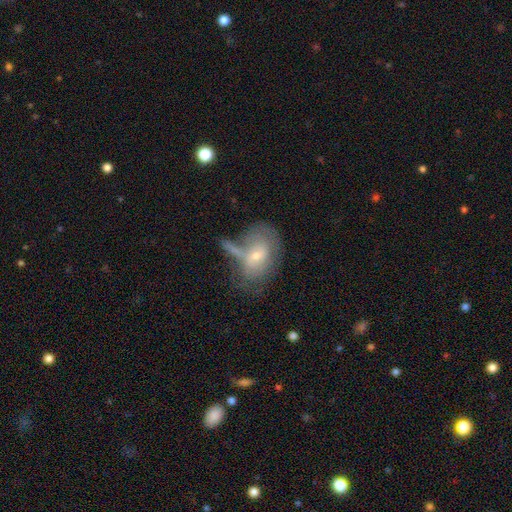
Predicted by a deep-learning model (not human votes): smooth 45% (tied), featured or disk 45% (tied), star or artifact 9%. Down the decision tree: merging — none (33%).